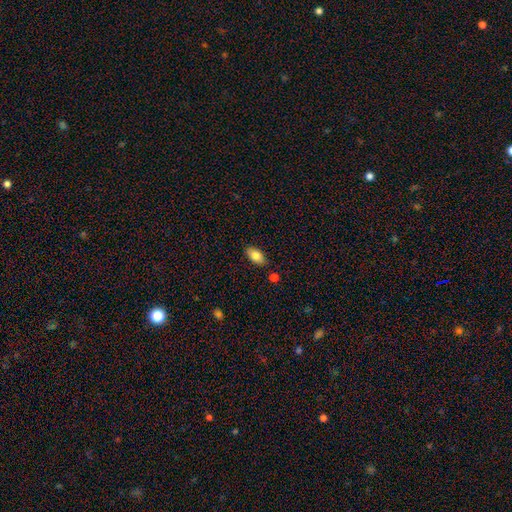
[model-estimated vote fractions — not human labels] This appears to be a smooth galaxy with no disk features (82%) that is in between round and cigar-shaped (91%). Merging: none (86%).